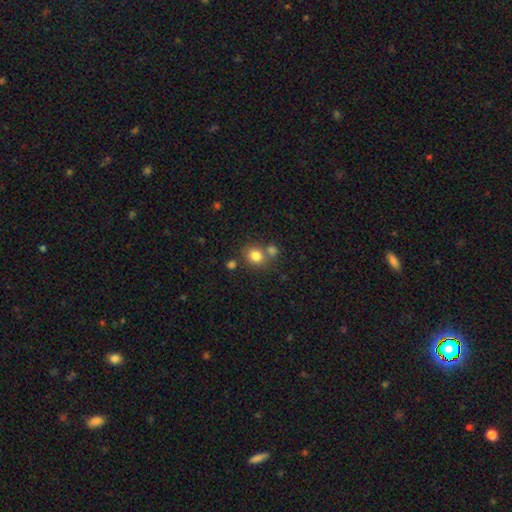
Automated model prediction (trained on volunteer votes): Smooth or featured: smooth — 81% (star or artifact — 12%)
How rounded: round — 80% (in between — 19%)
Merging: none — 62% (merger — 25%)